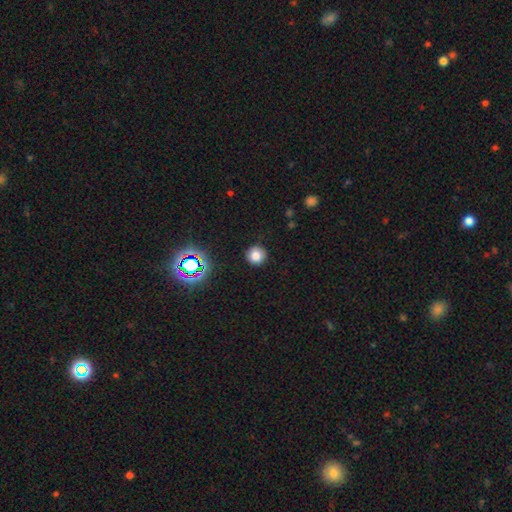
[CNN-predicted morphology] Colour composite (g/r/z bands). It shows a smooth galaxy with no disk features (77%) that is round (94%). Merging: none (90%).